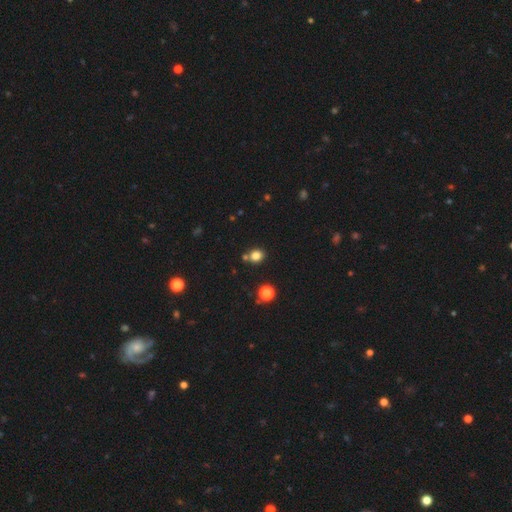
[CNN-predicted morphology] Q: Smooth or featured?
A: smooth (80%); runner-up: star or artifact (15%)
Q: How rounded?
A: round (79%); runner-up: in between (20%)
Q: Merging?
A: none (73%); runner-up: merger (15%)